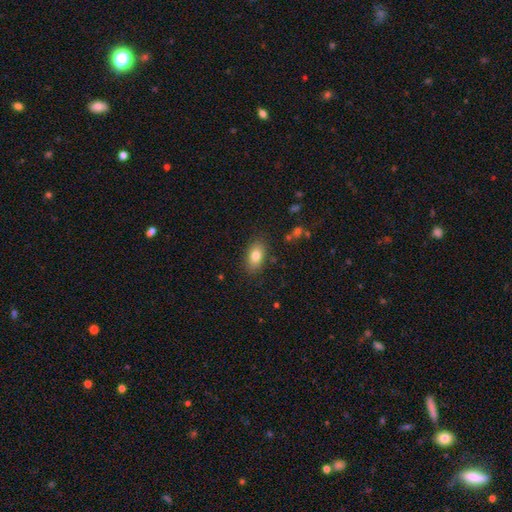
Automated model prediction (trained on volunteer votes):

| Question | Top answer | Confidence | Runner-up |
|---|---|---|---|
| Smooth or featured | smooth | 80% | featured or disk (12%) |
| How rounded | in between | 88% | round (9%) |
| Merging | none | 85% | minor disturbance (11%) |